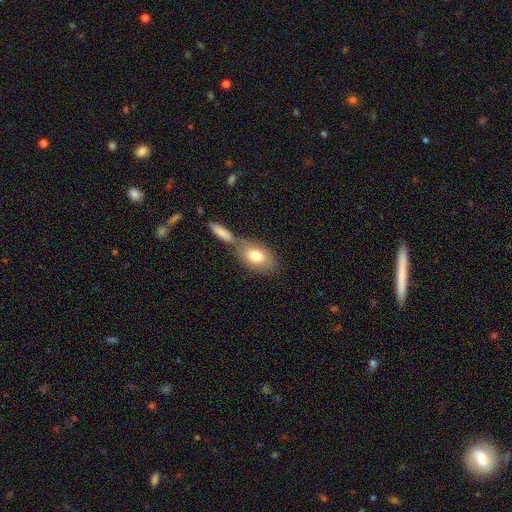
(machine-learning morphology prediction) Smooth or featured: smooth — 76% (featured or disk — 17%)
How rounded: in between — 86% (round — 11%)
Merging: none — 53% (merger — 31%)